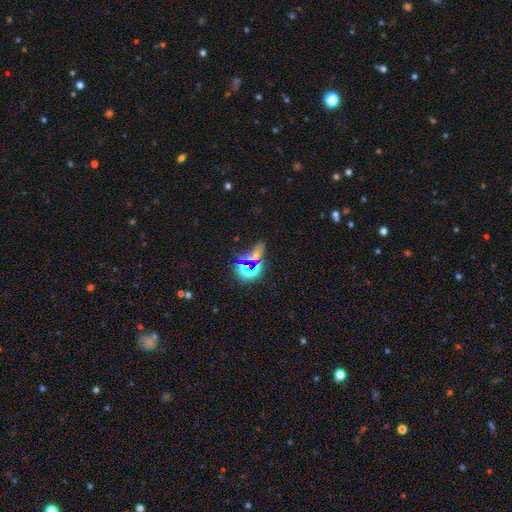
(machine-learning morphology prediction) This is likely a star or artifact rather than a galaxy (63%).